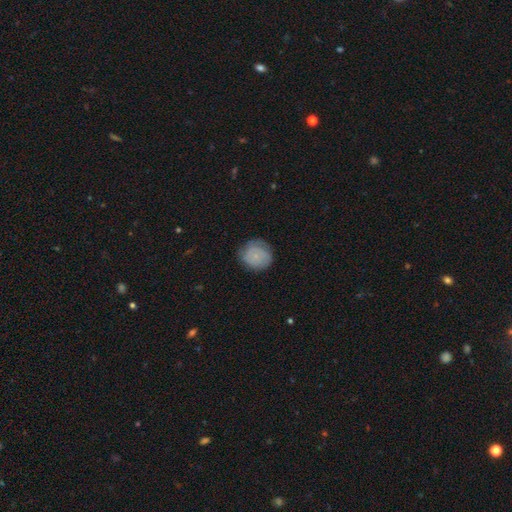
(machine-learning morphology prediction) This is possibly a smooth galaxy (57%). How rounded: clearly round (80%). Merging: likely none (70%).